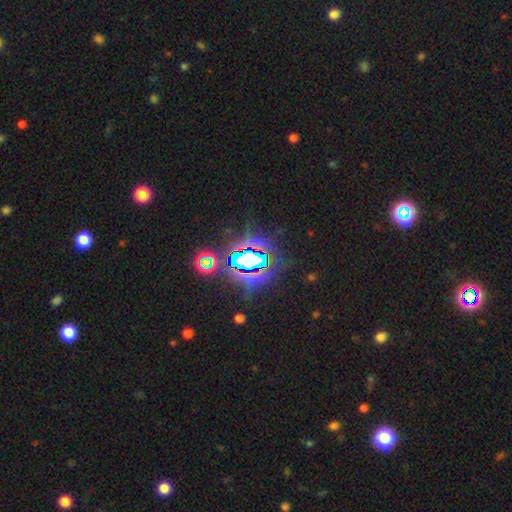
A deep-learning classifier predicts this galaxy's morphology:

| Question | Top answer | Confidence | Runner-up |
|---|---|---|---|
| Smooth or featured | star or artifact | 74% | smooth (14%) |